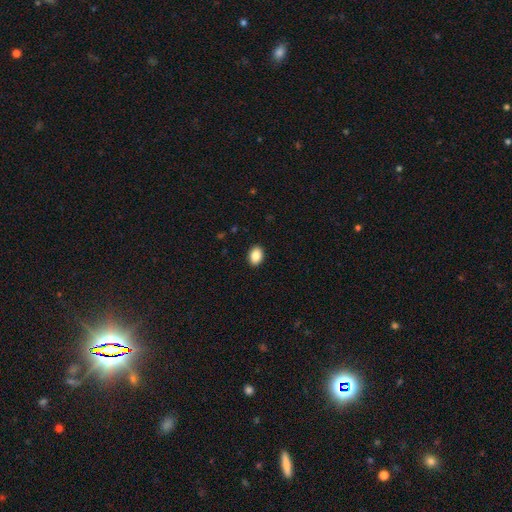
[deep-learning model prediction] Smooth or featured? smooth (88%)
How rounded? in between (77%)
Merging? none (91%)